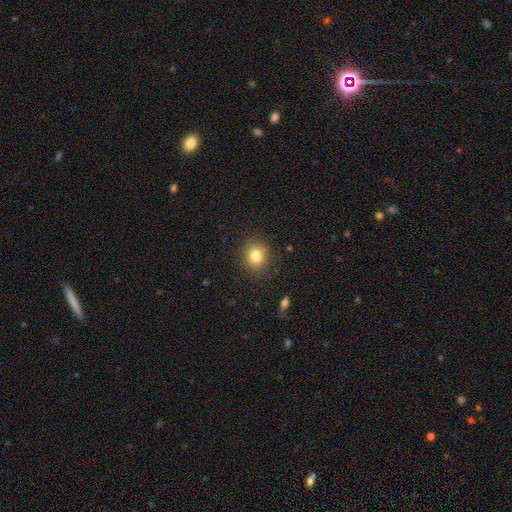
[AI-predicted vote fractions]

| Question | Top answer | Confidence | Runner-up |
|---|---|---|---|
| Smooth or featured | smooth | 81% | star or artifact (11%) |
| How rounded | round | 76% | in between (23%) |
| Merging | none | 87% | minor disturbance (9%) |